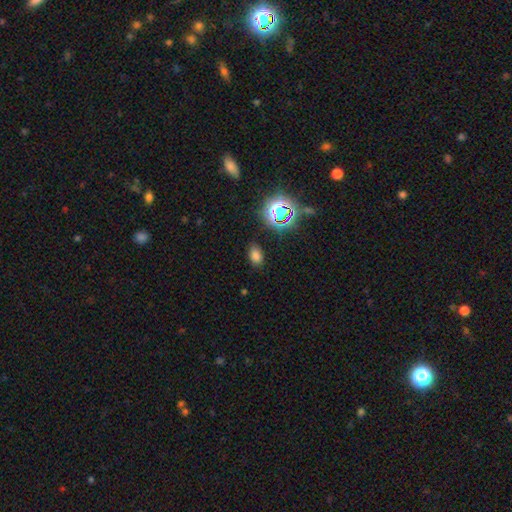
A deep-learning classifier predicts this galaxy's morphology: This appears to be a smooth galaxy with no disk features (71%) that is in between round and cigar-shaped (82%). Merging: none (83%).